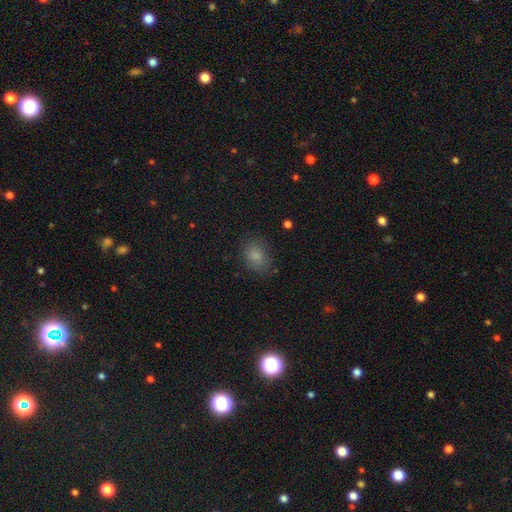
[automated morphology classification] Smooth or featured? smooth (82%)
How rounded? in between (65%)
Merging? none (74%)